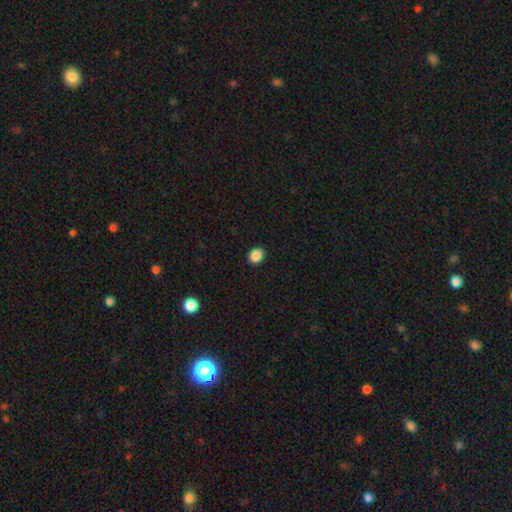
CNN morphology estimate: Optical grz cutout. It shows a smooth galaxy with no disk features (88%) that is round (68%). Merging: none (92%).